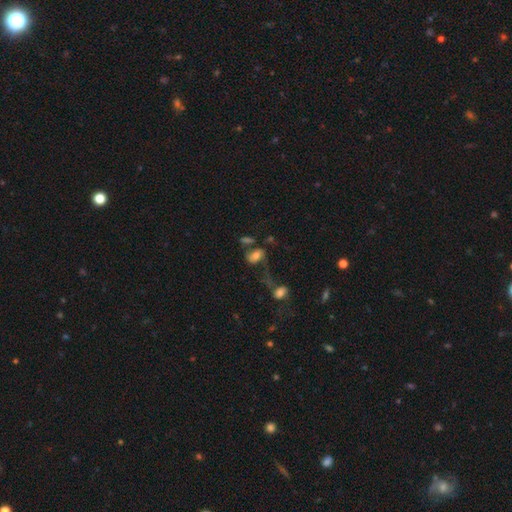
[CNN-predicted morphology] A smooth galaxy with no disk features (59%) that is in between round and cigar-shaped (86%).

Vote fractions:
- Smooth or featured? smooth: 59% / featured or disk: 28% / star or artifact: 14%
- How rounded? in between: 86% / round: 11% / cigar-shaped: 4%
- Merging? none: 34% / merger: 28% / major disturbance: 22% / minor disturbance: 17%